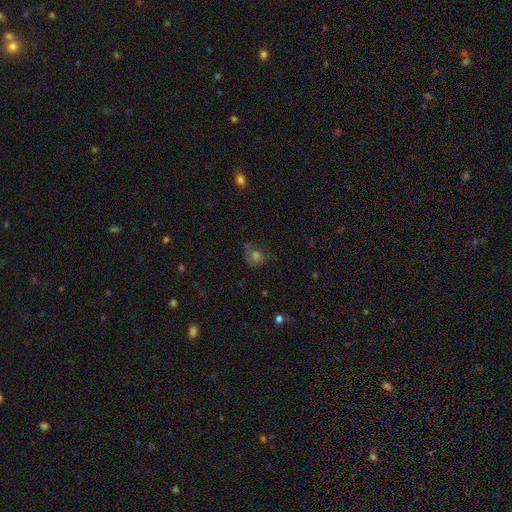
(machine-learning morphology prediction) type=smooth (51%); roundness=round (72%); merging=none (57%).